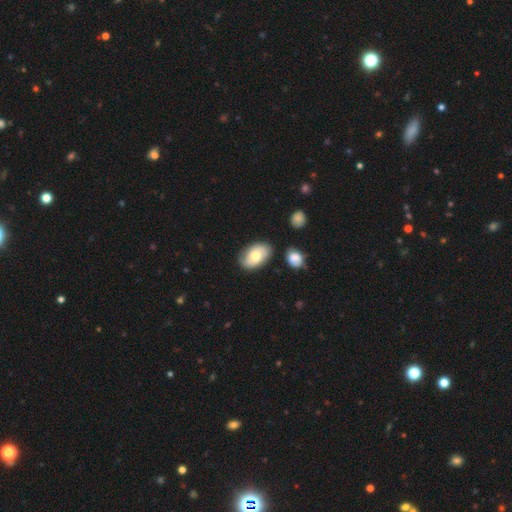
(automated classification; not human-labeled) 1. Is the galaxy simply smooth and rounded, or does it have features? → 64% smooth, 30% featured or disk, 7% star or artifact.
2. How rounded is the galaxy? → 90% in between, 8% round, 1% cigar-shaped.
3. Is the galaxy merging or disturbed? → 74% none, 16% minor disturbance, 6% merger, 4% major disturbance.